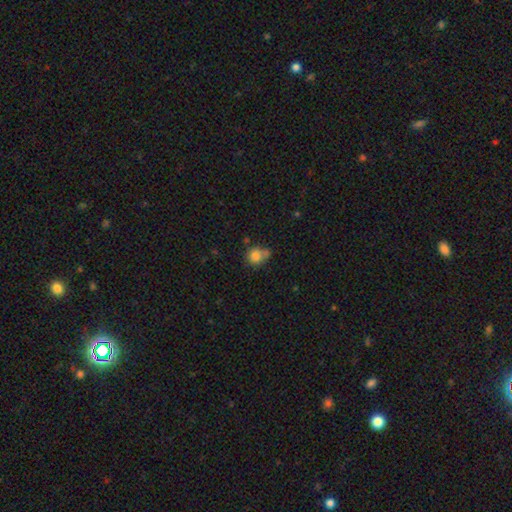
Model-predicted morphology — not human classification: Overall: smooth (79%). How rounded: round (75%). Merging: none (45%; merger 27%).